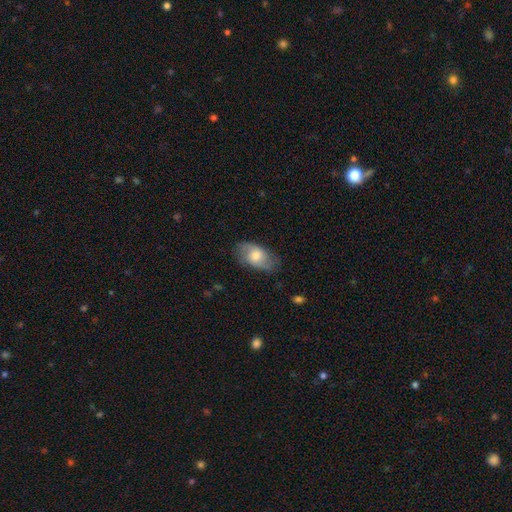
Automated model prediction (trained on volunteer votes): smooth_or_featured: smooth (p=0.59) [alt: featured or disk p=0.34]
how_rounded: in between (p=0.90) [alt: round p=0.07]
merging: none (p=0.74) [alt: minor disturbance p=0.20]